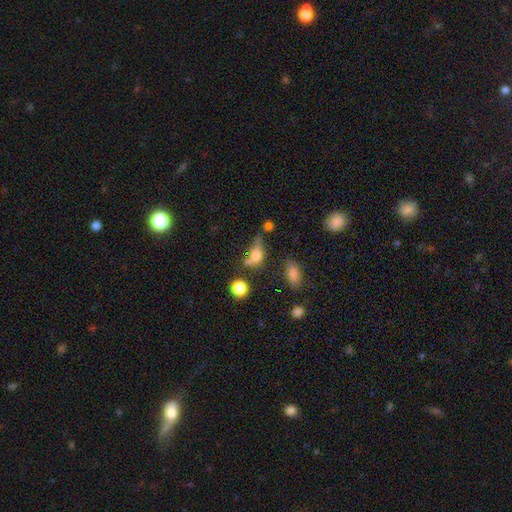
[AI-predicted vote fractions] The model was most divided on "merging": none: 37%, minor disturbance: 25%, merger: 23%, major disturbance: 16%. More confident: smooth or featured — smooth (69%); how rounded — in between (64%).